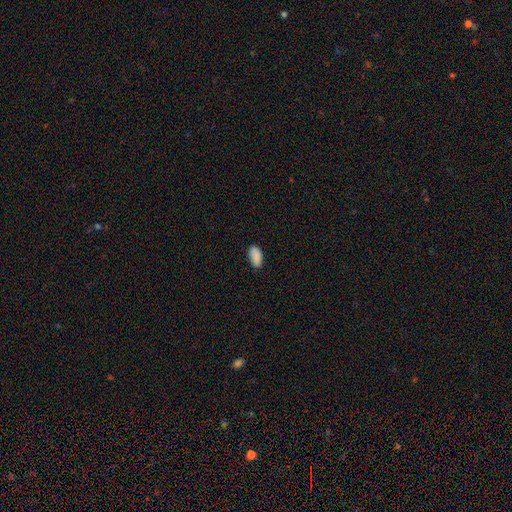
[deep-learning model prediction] Smooth or featured? Predicted: smooth (p=0.89). How rounded? Predicted: in between (p=0.94). Merging? Predicted: none (p=0.84).